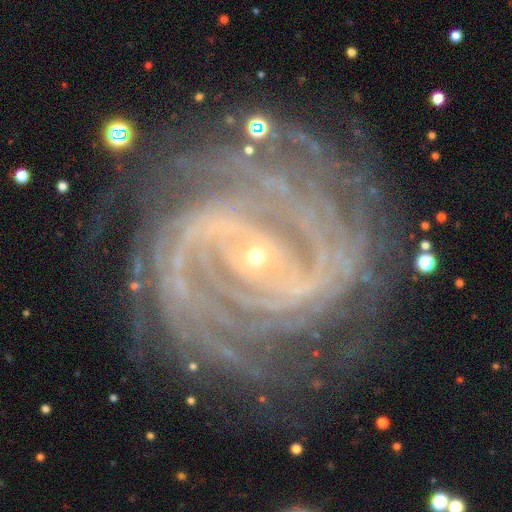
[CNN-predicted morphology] A featured or disk galaxy (91%) with a weak bar (36%, tied with no), 2 (35%) tight (61%) spiral arms (98%) and a small central bulge (87%).

Vote fractions:
- Smooth or featured? featured or disk: 91% / star or artifact: 6% / smooth: 3%
- Edge-on disk? no: 97% / yes: 3%
- Bar? weak: 36% (tied) / no: 36% (tied) / strong: 29%
- Spiral arms? yes: 98% / no: 2%
- Spiral winding? tight: 61% / medium: 33% / loose: 6%
- Spiral arm count? 2: 35% / can't tell: 17% / 3: 15% / 4: 13% / more than 4: 11% / 1: 8%
- Bulge size? small: 87% / moderate: 9% / none: 2% / large: 1% / dominant: 1%
- Merging? none: 76% / minor disturbance: 15% / major disturbance: 7% / merger: 2%